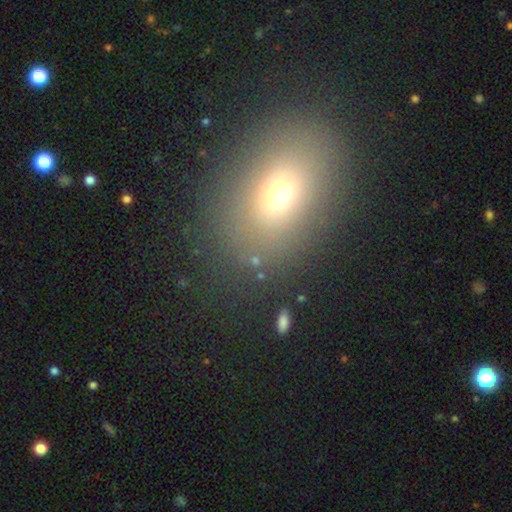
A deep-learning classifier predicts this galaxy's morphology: The model was most divided on "how rounded": in between: 63%, round: 35%, cigar-shaped: 2%. More confident: merging — none (77%); smooth or featured — smooth (63%).